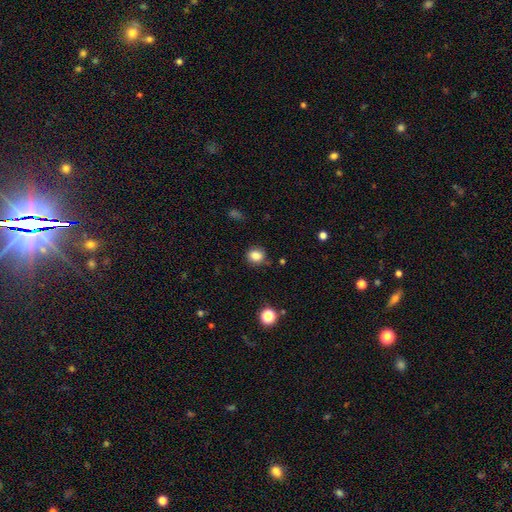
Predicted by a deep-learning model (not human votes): Smooth or featured?
  - smooth: 84% *
  - star or artifact: 11%
  - featured or disk: 5%
How rounded?
  - round: 71% *
  - in between: 28%
  - cigar-shaped: 1%
Merging?
  - none: 78% *
  - minor disturbance: 16%
  - major disturbance: 4%
  - merger: 2%